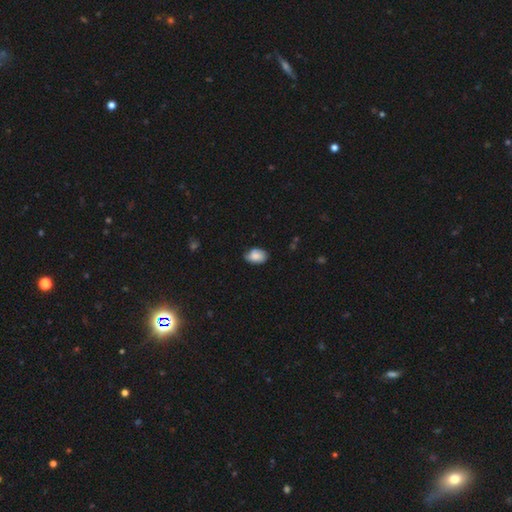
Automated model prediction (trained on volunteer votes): Smooth or featured?
  - smooth: 78% *
  - featured or disk: 14%
  - star or artifact: 8%
How rounded?
  - in between: 86% *
  - round: 13%
  - cigar-shaped: 1%
Merging?
  - none: 70% *
  - minor disturbance: 25%
  - major disturbance: 4%
  - merger: 1%